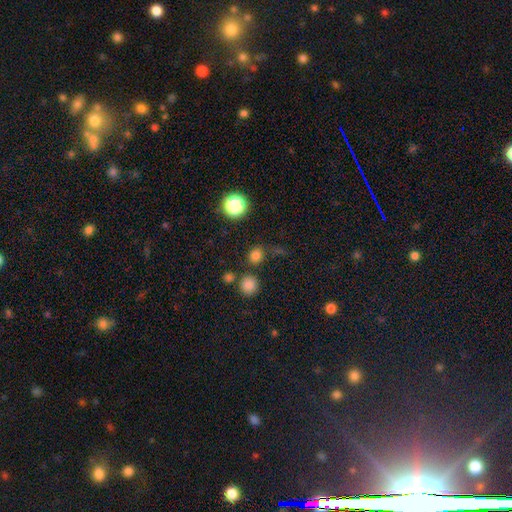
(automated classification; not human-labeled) This is likely a smooth galaxy (76%). How rounded: clearly round (83%). Merging: likely none (78%).